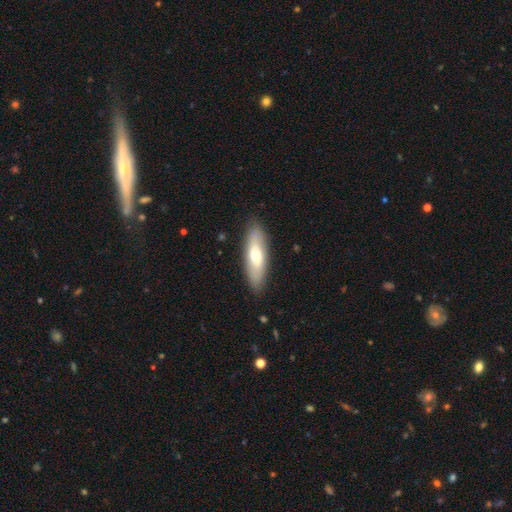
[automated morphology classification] smooth-or-featured: smooth: 59% | featured or disk: 35% | star or artifact: 6%
  how-rounded: in between: 55% | cigar-shaped: 42% | round: 2%
  merging: none: 87% | minor disturbance: 10% | major disturbance: 2% | merger: 1%